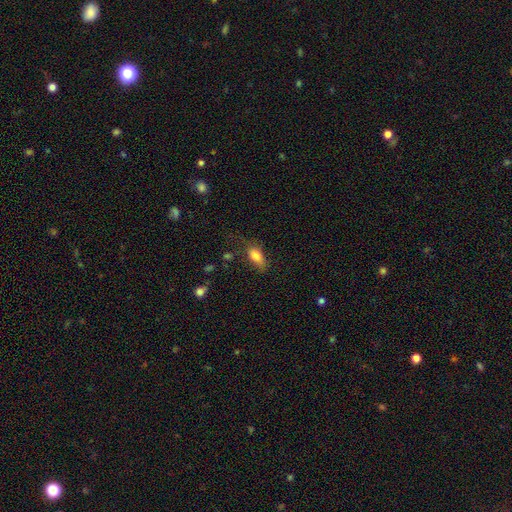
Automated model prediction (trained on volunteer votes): Smooth or featured? Predicted: smooth (p=0.81). How rounded? Predicted: in between (p=0.84). Merging? Predicted: none (p=0.51).